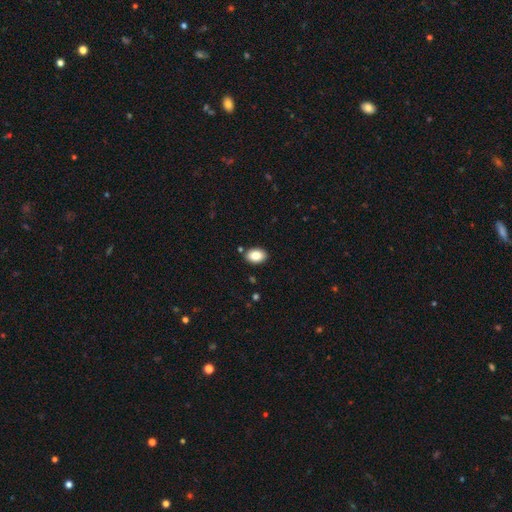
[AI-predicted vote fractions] Smooth or featured? smooth (85%)
How rounded? in between (83%)
Merging? none (87%)